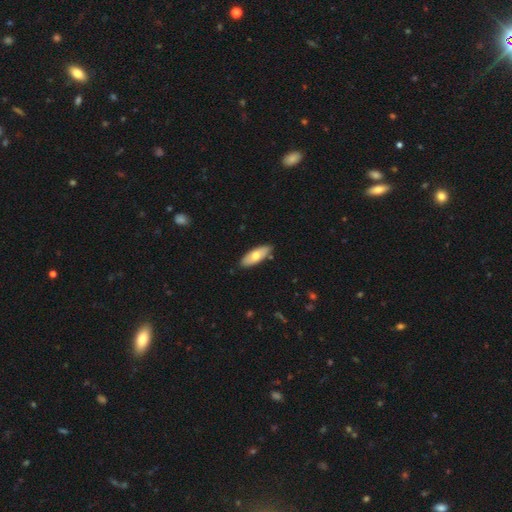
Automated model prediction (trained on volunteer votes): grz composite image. It shows a smooth galaxy with no disk features (67%) that is in between round and cigar-shaped (76%). Merging: none (87%).